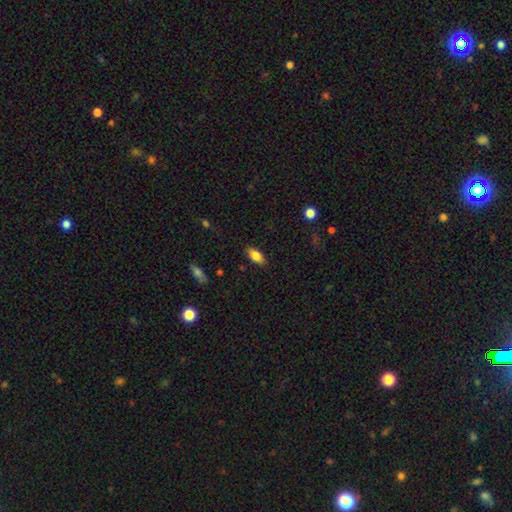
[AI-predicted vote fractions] Overall: smooth (80%). How rounded: in between (86%). Merging: none (86%).